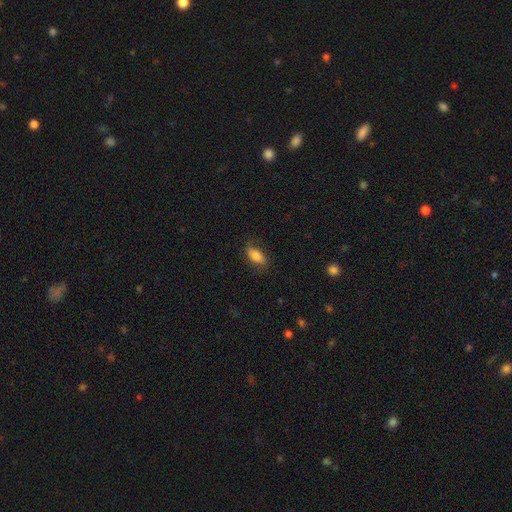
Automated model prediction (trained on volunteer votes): The model was most divided on "merging": none: 73%, minor disturbance: 20%, major disturbance: 6%, merger: 1%. More confident: how rounded — in between (85%); smooth or featured — smooth (78%).